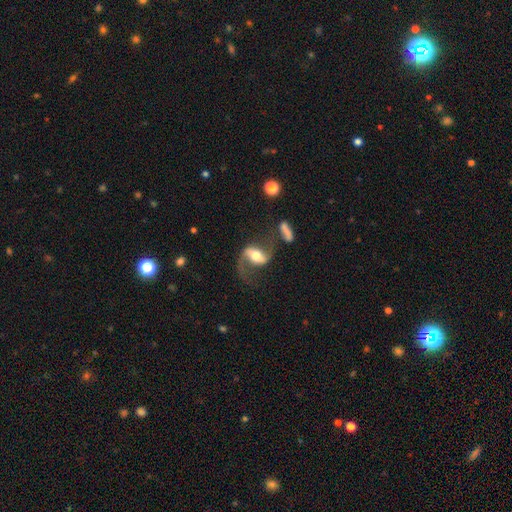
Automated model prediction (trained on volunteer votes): Smooth or featured: featured or disk — 82% (smooth — 12%)
Edge-on disk: no — 94% (yes — 6%)
Bar: strong — 44% (weak — 34%)
Spiral arms: yes — 93% (no — 7%)
Spiral winding: loose — 74% (medium — 22%)
Spiral arm count: 2 — 85% (1 — 10%)
Bulge size: moderate — 63% (large — 20%)
Merging: none — 53% (major disturbance — 24%)